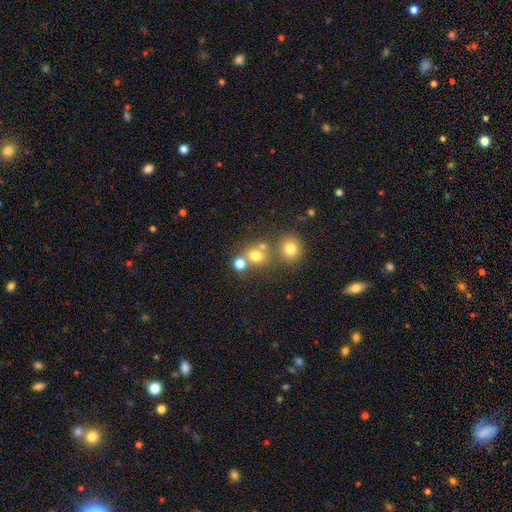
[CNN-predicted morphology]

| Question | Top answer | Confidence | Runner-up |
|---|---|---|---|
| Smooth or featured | smooth | 71% | star or artifact (18%) |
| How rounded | round | 79% | in between (20%) |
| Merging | none | 53% | merger (33%) |